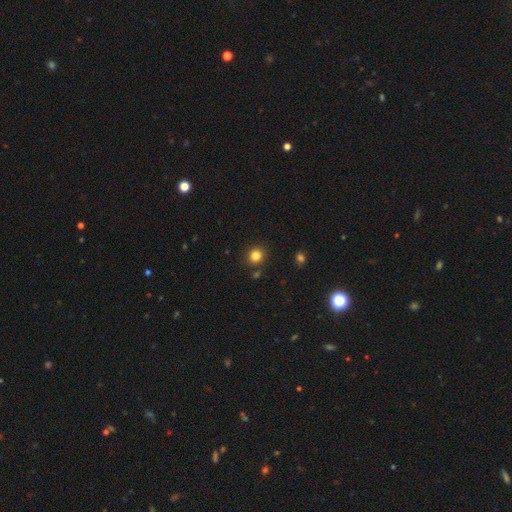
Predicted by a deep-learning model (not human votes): Smooth or featured? Predicted: smooth (p=0.82). How rounded? Predicted: round (p=0.87). Merging? Predicted: none (p=0.87).